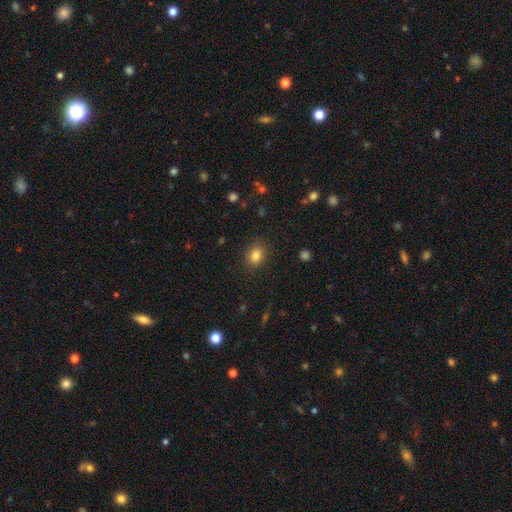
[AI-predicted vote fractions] A smooth galaxy with no disk features (83%) that is in between round and cigar-shaped (58%).

Vote fractions:
- Smooth or featured? smooth: 83% / star or artifact: 11% / featured or disk: 6%
- How rounded? in between: 58% / round: 41% / cigar-shaped: 1%
- Merging? none: 86% / minor disturbance: 10% / major disturbance: 3% / merger: 1%